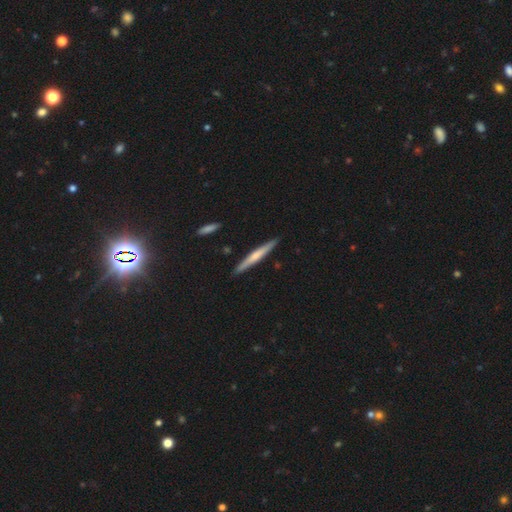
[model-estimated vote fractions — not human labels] A smooth galaxy with no disk features (49%). Merging: none (91%).